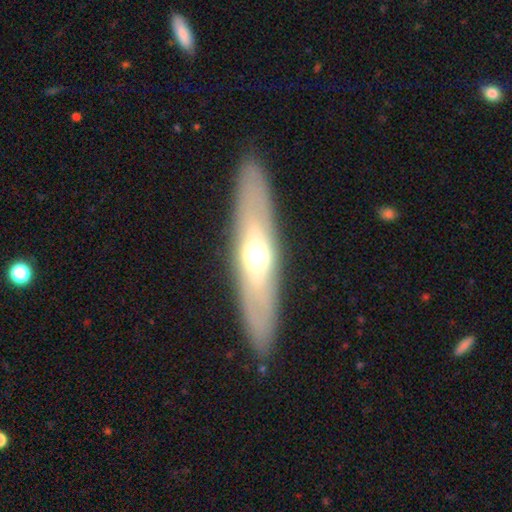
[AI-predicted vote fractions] smooth-or-featured: featured or disk: 57% | smooth: 37% | star or artifact: 6%
  disk-edge-on: yes: 60% | no: 40%
  merging: none: 88% | minor disturbance: 8% | major disturbance: 2% | merger: 1%